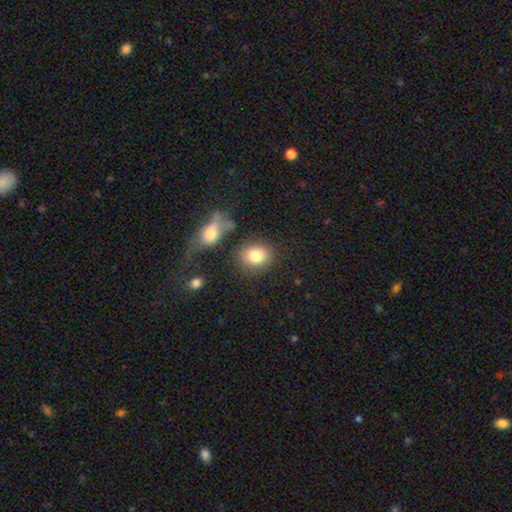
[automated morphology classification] smooth 82%, featured or disk 10%, star or artifact 9%. Down the decision tree: how rounded — round (61%); merging — none (73%).